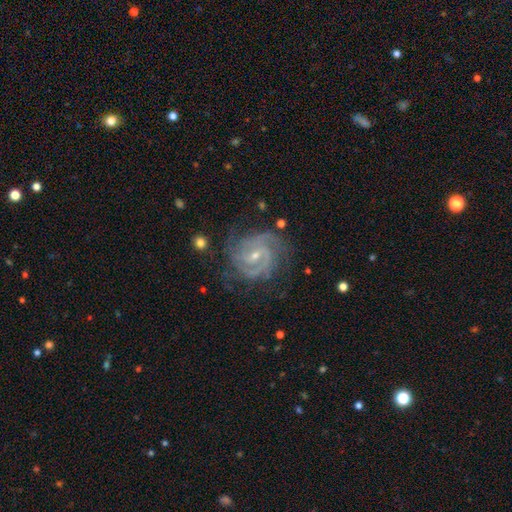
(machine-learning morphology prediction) This is clearly a featured or disk galaxy (91%). It is clearly not viewed edge-on (98%). Bar: possibly weak (50%). Spiral arm pattern: clearly yes (98%). Spiral arm count: marginally 2 (36%). Spiral winding: likely tight (61%). Central bulge: likely small (64%). Merging: likely none (72%).